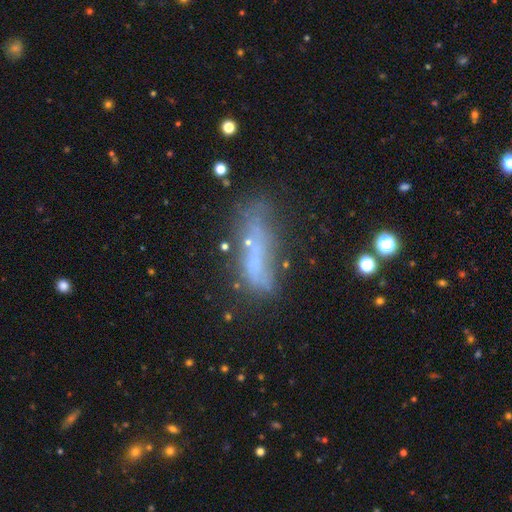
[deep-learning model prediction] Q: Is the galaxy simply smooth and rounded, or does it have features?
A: smooth — 46%.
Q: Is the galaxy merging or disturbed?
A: none — 39%.